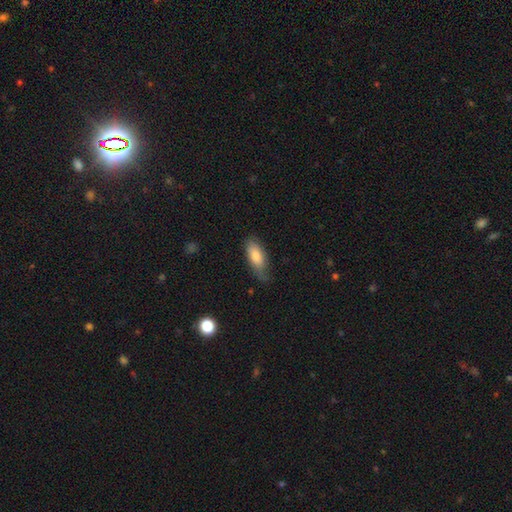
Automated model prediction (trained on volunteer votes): Smooth or featured? smooth (79%)
How rounded? in between (82%)
Merging? none (55%)